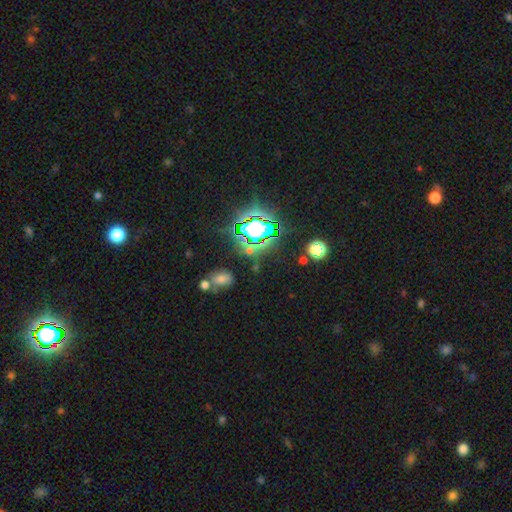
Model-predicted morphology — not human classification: This is likely a star or artifact rather than a galaxy (72%).